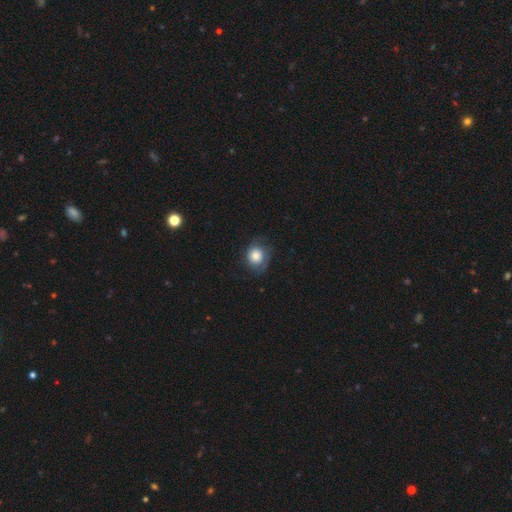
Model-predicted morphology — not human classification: smooth_or_featured: smooth (p=0.66) [alt: featured or disk p=0.25]
how_rounded: round (p=0.74) [alt: in between p=0.25]
merging: none (p=0.63) [alt: minor disturbance p=0.24]